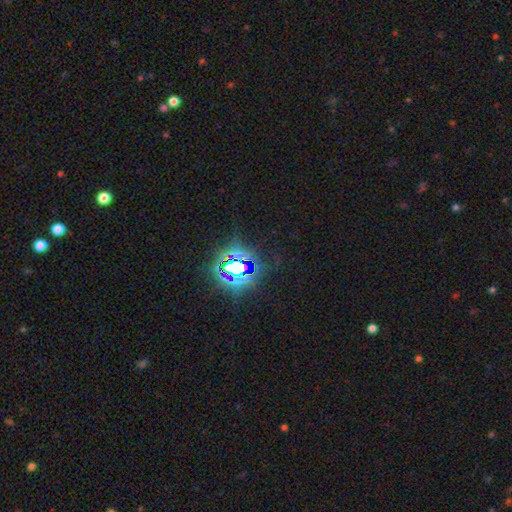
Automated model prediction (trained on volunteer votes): This appears to be a star or artifact, not a galaxy (86%).